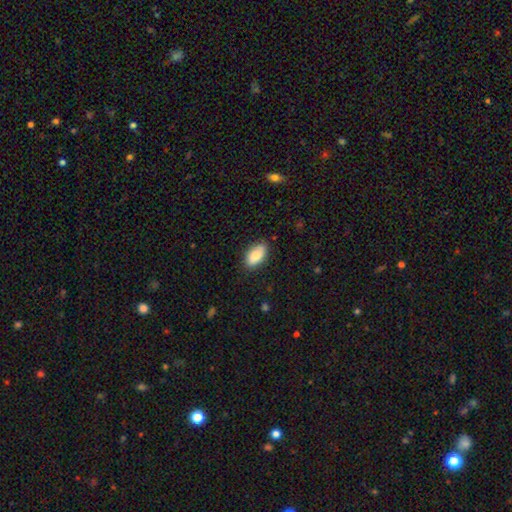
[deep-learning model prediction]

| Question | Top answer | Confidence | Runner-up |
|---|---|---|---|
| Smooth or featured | smooth | 83% | featured or disk (10%) |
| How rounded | in between | 93% | round (4%) |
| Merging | none | 84% | minor disturbance (13%) |